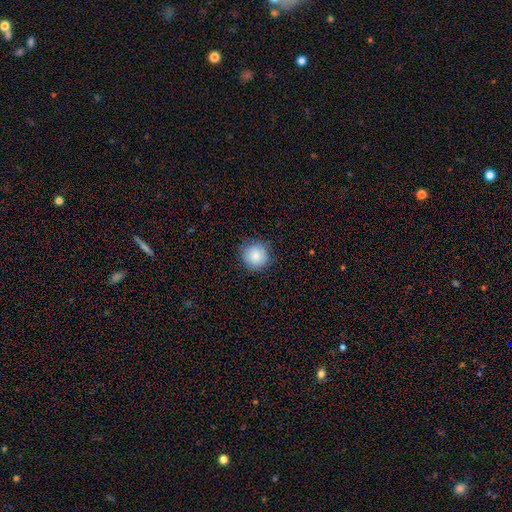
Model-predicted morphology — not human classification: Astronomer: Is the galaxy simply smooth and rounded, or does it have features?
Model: smooth — 85%.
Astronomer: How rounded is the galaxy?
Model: round — 94%.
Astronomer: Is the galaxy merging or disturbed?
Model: none — 85%.